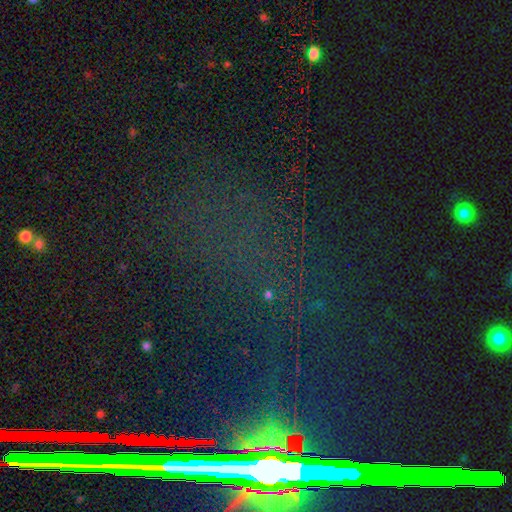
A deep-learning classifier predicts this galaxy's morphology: Overall: star or artifact (72%).